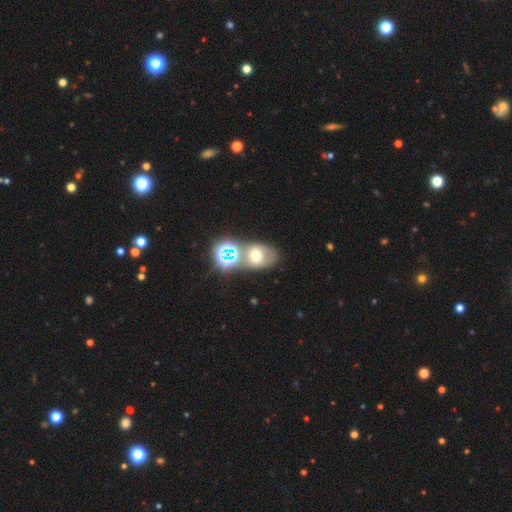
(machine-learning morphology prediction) Smooth or featured? Predicted: smooth (p=0.50). How rounded? Predicted: in between (p=0.63). Merging? Predicted: none (p=0.47).